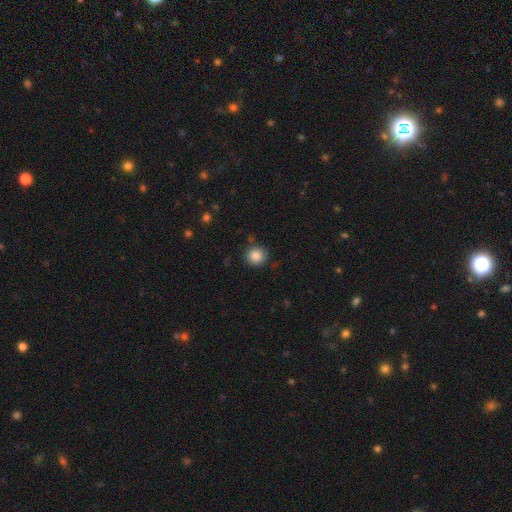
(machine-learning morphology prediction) This is clearly a smooth galaxy (86%). How rounded: clearly round (91%). Merging: clearly none (85%).